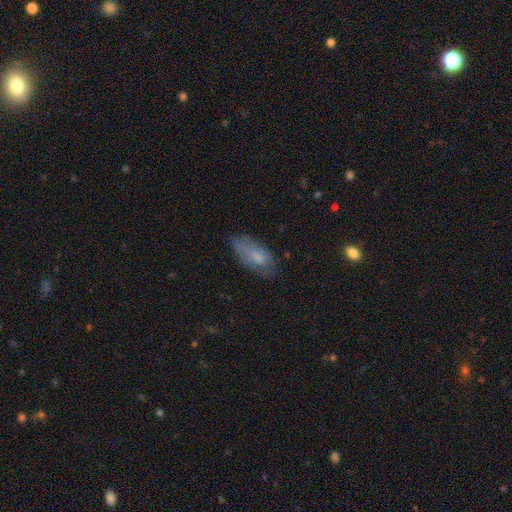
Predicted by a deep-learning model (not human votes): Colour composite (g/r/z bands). It shows a smooth galaxy with no disk features (68%) that is in between round and cigar-shaped (86%). Merging: none (59%).